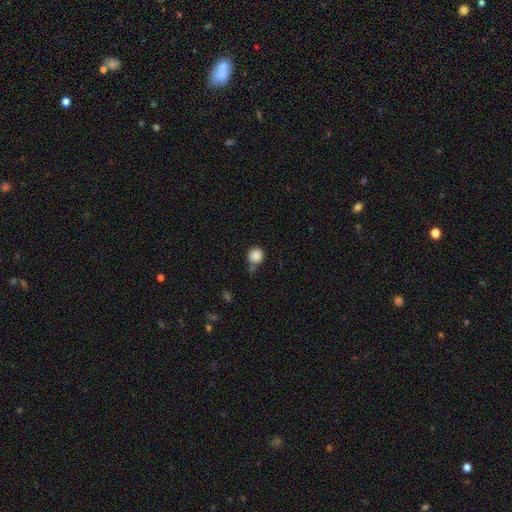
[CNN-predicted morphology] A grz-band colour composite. It shows a smooth galaxy with no disk features (87%) that is round (88%). Merging: none (62%).